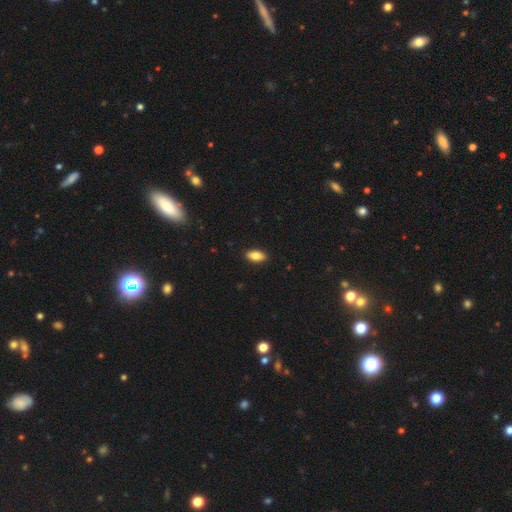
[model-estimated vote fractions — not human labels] The model was most divided on "smooth or featured": smooth: 86%, star or artifact: 7%, featured or disk: 7%. More confident: how rounded — in between (91%); merging — none (90%).